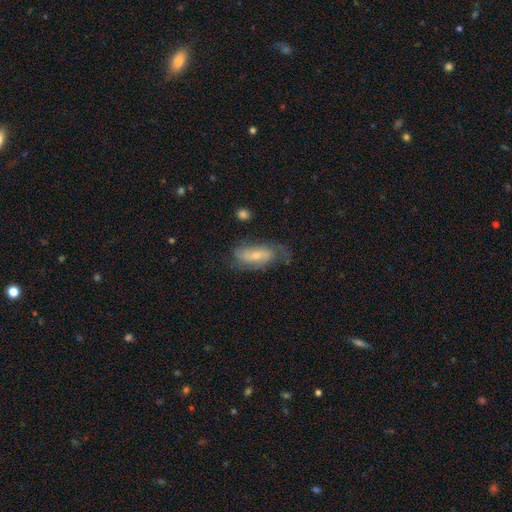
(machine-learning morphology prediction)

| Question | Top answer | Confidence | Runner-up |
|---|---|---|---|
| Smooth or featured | featured or disk | 57% | smooth (36%) |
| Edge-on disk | no | 89% | yes (11%) |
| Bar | no | 50% | weak (36%) |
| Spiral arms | yes | 82% | no (18%) |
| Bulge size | small | 60% | moderate (33%) |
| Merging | none | 53% | minor disturbance (28%) |